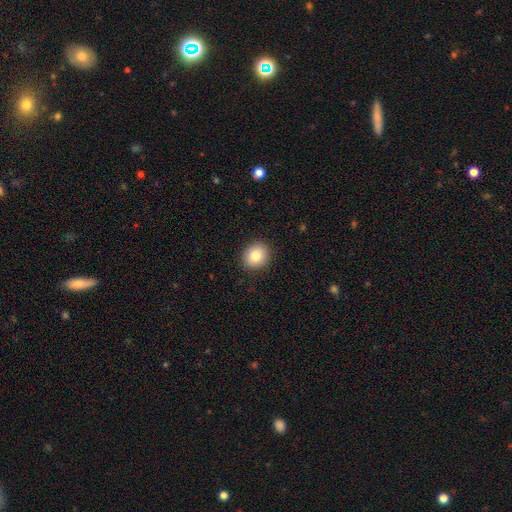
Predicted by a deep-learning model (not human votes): The model was most divided on "how rounded": round: 76%, in between: 23%, cigar-shaped: 1%. More confident: merging — none (91%); smooth or featured — smooth (82%).